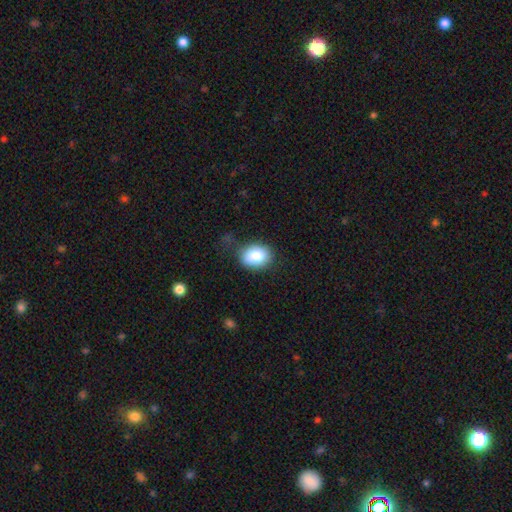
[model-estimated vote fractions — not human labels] smooth 84%, star or artifact 8%, featured or disk 8%. Down the decision tree: how rounded — in between (61%); merging — none (70%).